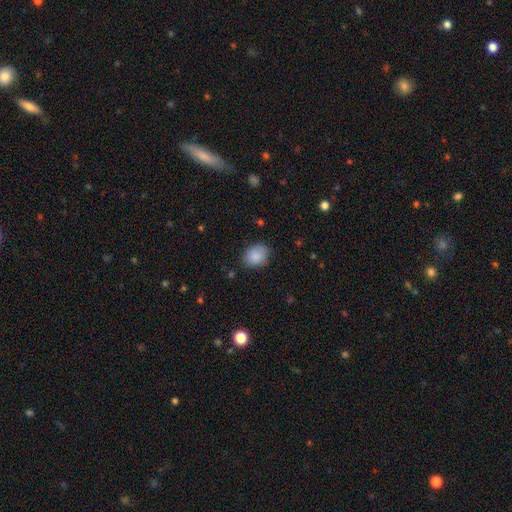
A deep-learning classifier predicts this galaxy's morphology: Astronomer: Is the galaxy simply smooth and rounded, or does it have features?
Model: smooth — 88%.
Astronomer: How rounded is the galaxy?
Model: in between — 58% (runner-up: round, 41%).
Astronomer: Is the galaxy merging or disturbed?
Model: none — 80%.